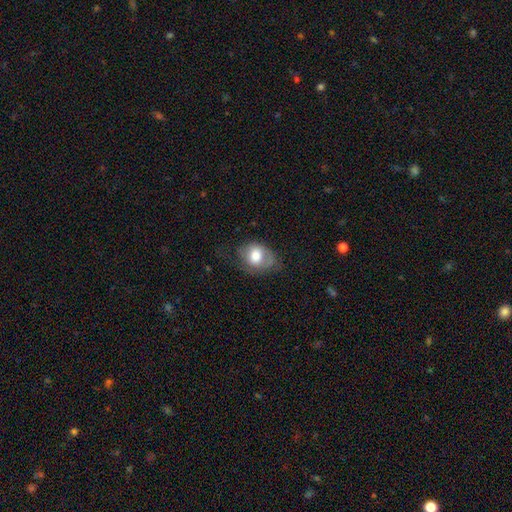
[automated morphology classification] smooth_or_featured: smooth (p=0.72) [alt: featured or disk p=0.21]
how_rounded: in between (p=0.53) [alt: round p=0.46]
merging: none (p=0.43) [alt: minor disturbance p=0.32]